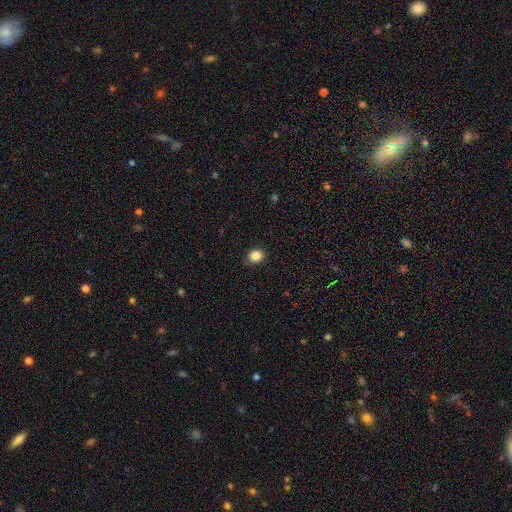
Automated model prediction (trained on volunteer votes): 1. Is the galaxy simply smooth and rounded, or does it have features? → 85% smooth, 11% star or artifact, 4% featured or disk.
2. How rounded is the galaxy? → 81% round, 18% in between, 1% cigar-shaped.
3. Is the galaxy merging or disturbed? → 89% none, 8% minor disturbance, 2% major disturbance, 1% merger.